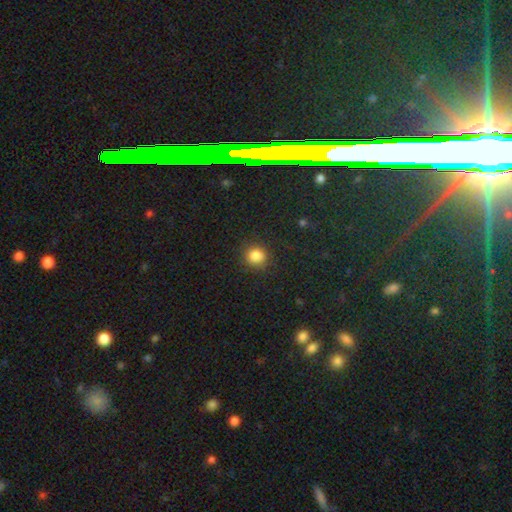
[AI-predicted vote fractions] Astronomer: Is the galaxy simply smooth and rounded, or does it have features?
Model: smooth — 84%.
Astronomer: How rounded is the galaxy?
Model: round — 87%.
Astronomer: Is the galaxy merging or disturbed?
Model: none — 87%.